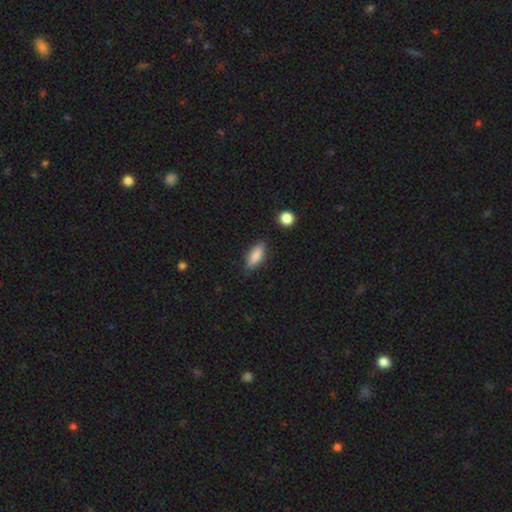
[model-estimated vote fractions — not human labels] This appears to be a smooth galaxy with no disk features (79%) that is in between round and cigar-shaped (63%). Merging: none (82%).